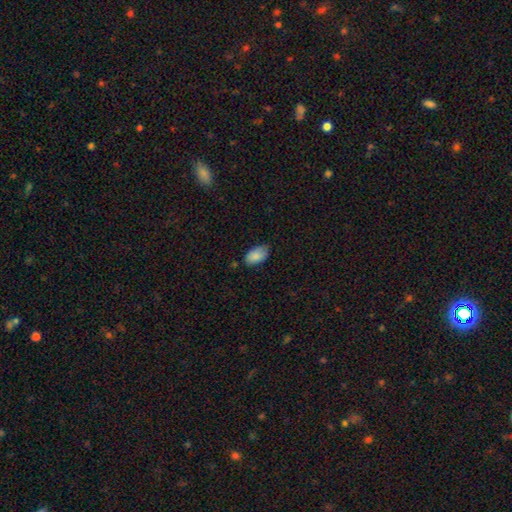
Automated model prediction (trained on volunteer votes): Smooth or featured: smooth — 87% (star or artifact — 7%)
How rounded: in between — 94% (round — 4%)
Merging: none — 71% (minor disturbance — 24%)